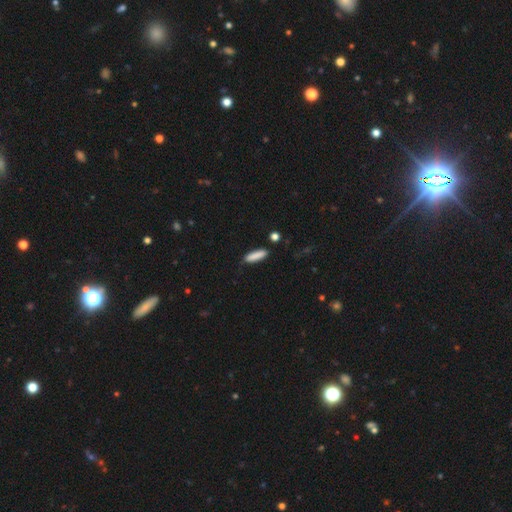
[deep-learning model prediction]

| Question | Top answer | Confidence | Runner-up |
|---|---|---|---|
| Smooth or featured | smooth | 86% | featured or disk (7%) |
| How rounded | cigar-shaped | 73% | in between (25%) |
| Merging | none | 83% | minor disturbance (13%) |